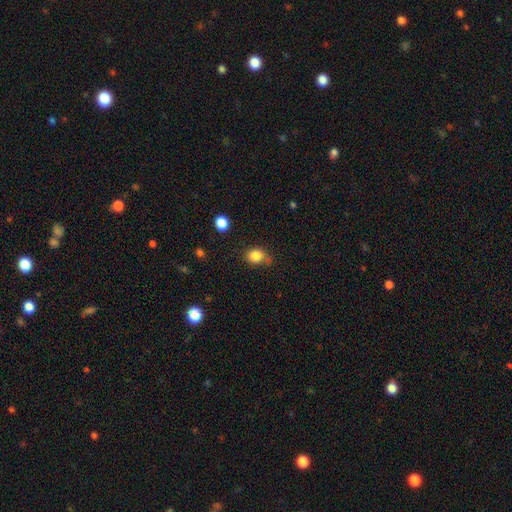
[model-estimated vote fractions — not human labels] Smooth or featured? smooth (83%)
How rounded? round (57%)
Merging? none (58%)